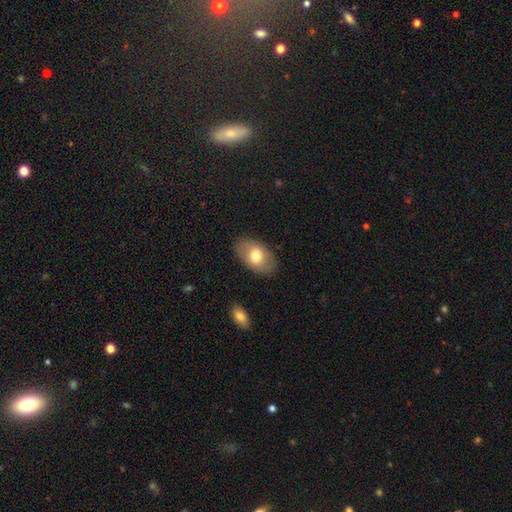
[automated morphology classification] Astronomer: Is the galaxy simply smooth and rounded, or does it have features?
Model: smooth — 65%.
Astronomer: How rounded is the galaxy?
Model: in between — 90%.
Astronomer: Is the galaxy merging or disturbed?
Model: none — 84%.